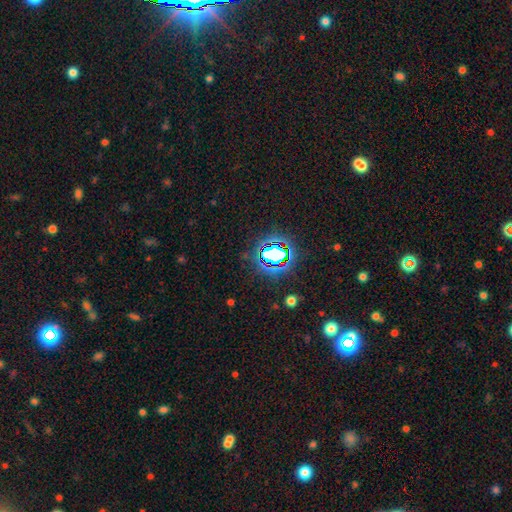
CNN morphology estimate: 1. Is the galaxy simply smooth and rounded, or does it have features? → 80% star or artifact, 12% smooth, 8% featured or disk.